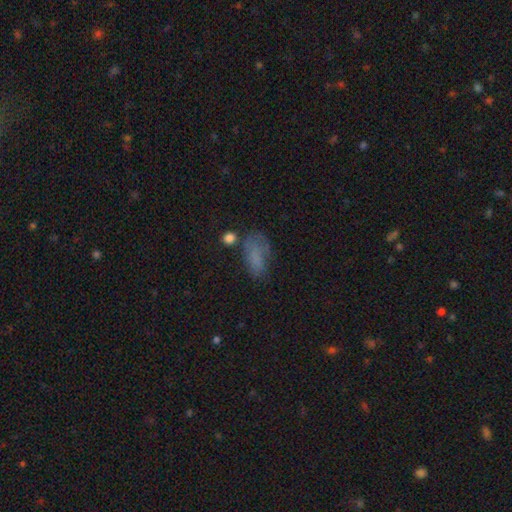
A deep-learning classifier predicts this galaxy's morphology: smooth-or-featured: smooth: 66% | featured or disk: 19% | star or artifact: 15%
  how-rounded: in between: 87% | round: 7% | cigar-shaped: 6%
  merging: none: 43% | minor disturbance: 27% | major disturbance: 21% | merger: 9%